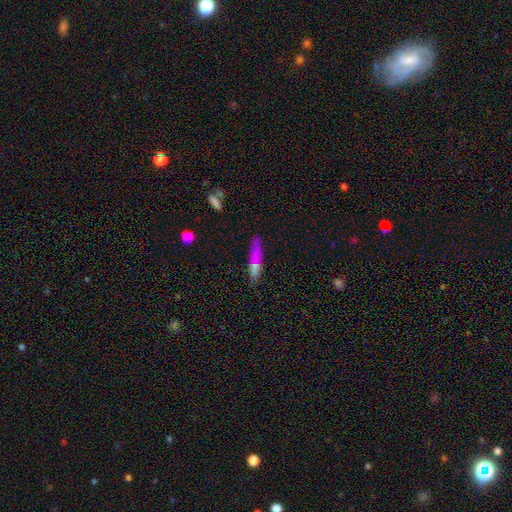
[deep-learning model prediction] Smooth or featured: smooth — 64% (featured or disk — 26%)
How rounded: cigar-shaped — 89% (in between — 9%)
Merging: none — 72% (minor disturbance — 18%)